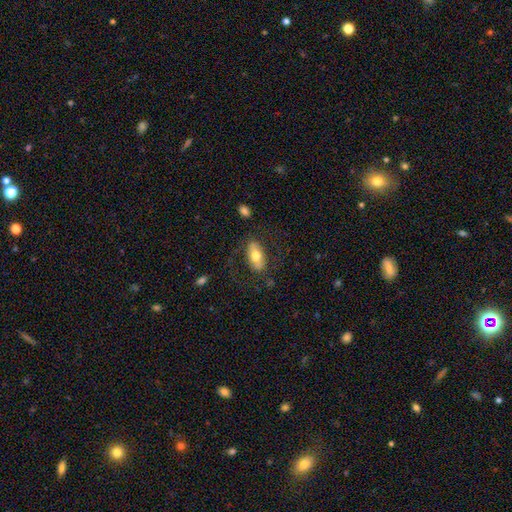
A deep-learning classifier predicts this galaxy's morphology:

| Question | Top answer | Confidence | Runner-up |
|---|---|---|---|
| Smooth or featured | smooth | 56% | featured or disk (38%) |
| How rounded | in between | 84% | cigar-shaped (12%) |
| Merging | none | 71% | minor disturbance (16%) |